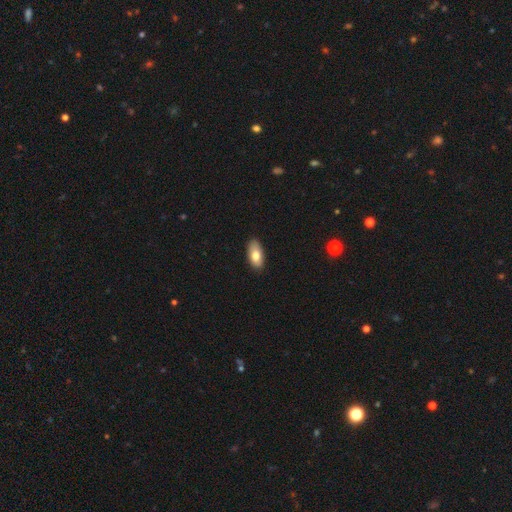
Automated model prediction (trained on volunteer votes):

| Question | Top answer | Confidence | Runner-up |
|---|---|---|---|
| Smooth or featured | smooth | 78% | featured or disk (15%) |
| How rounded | in between | 92% | cigar-shaped (5%) |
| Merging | none | 86% | minor disturbance (11%) |